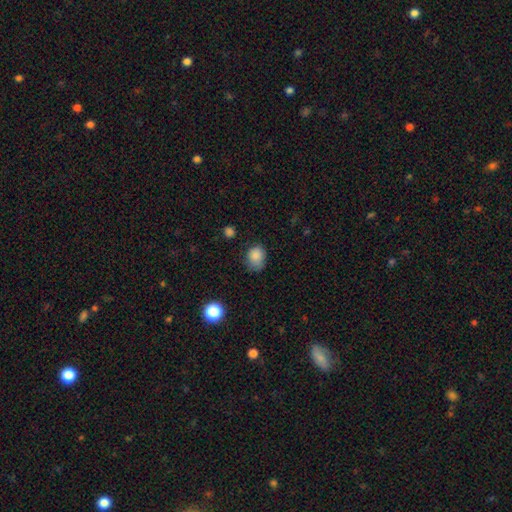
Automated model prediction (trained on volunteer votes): The model was most divided on "how rounded": round: 51%, in between: 48%, cigar-shaped: 1%. More confident: smooth or featured — smooth (84%); merging — none (56%).